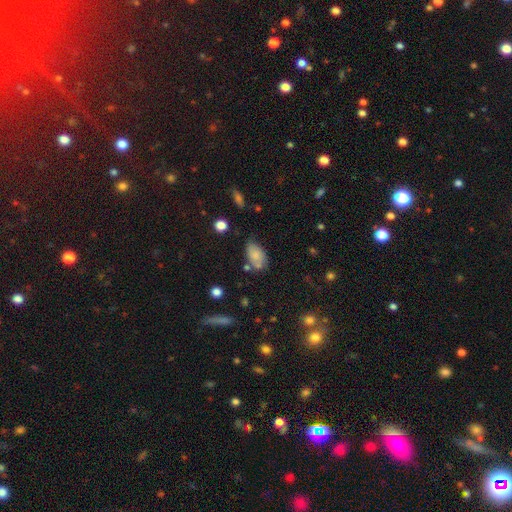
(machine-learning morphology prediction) This appears to be a smooth galaxy with no disk features (76%) that is in between round and cigar-shaped (92%). Merging: none (56%).